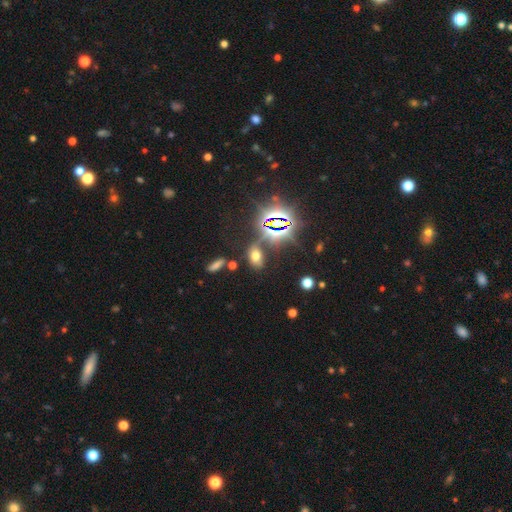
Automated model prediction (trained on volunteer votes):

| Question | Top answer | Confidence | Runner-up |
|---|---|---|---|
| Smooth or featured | smooth | 48% | star or artifact (39%) |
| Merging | none | 67% | minor disturbance (15%) |